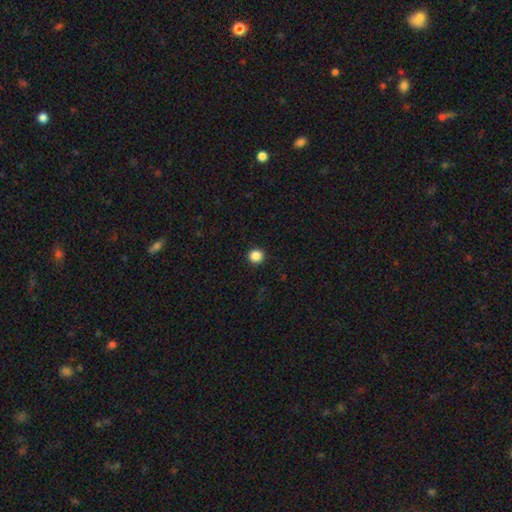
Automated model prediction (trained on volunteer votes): Smooth or featured: smooth — 87% (star or artifact — 10%)
How rounded: round — 94% (in between — 5%)
Merging: none — 93% (minor disturbance — 4%)